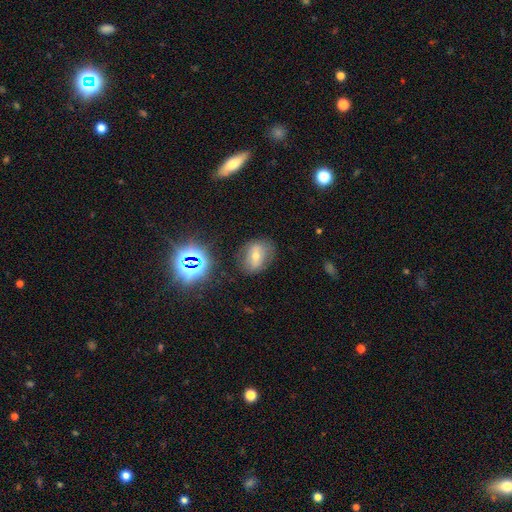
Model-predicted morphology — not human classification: Smooth or featured?
  - smooth: 43% *
  - featured or disk: 37%
  - star or artifact: 20%
Merging?
  - none: 74% *
  - minor disturbance: 17%
  - major disturbance: 7%
  - merger: 2%